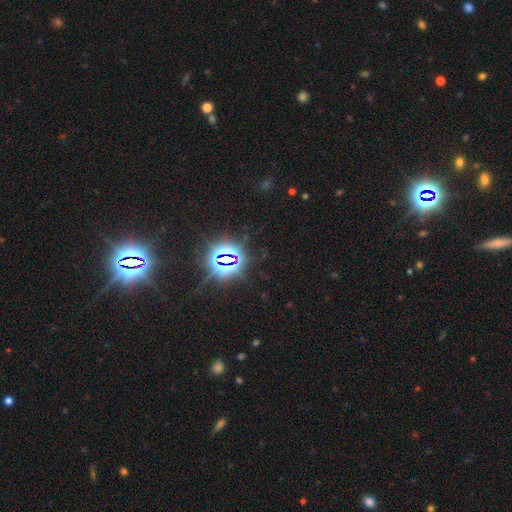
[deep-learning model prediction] Overall: star or artifact (83%).